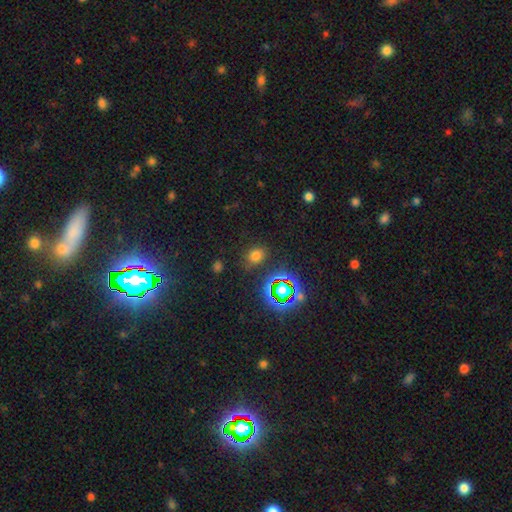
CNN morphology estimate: smooth 63%, star or artifact 30%, featured or disk 7%. Down the decision tree: how rounded — round (57%); merging — none (82%).